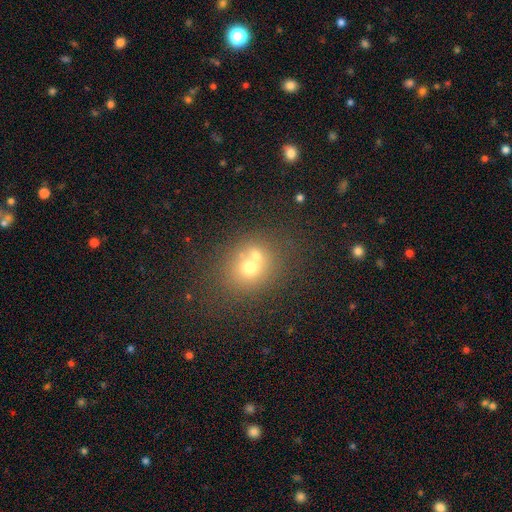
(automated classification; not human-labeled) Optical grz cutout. It shows a smooth galaxy with no disk features (62%) that is round (75%). Merging: merger (48%).